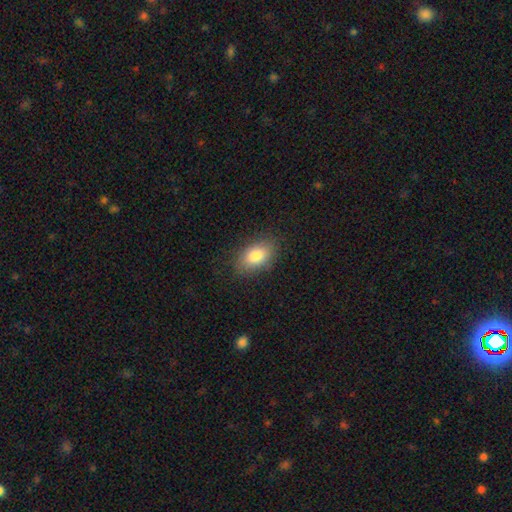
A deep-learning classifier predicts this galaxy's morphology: A smooth galaxy with no disk features (83%) that is in between round and cigar-shaped (89%).

Vote fractions:
- Smooth or featured? smooth: 83% / featured or disk: 9% / star or artifact: 8%
- How rounded? in between: 89% / round: 9% / cigar-shaped: 2%
- Merging? none: 84% / minor disturbance: 11% / major disturbance: 3% / merger: 1%